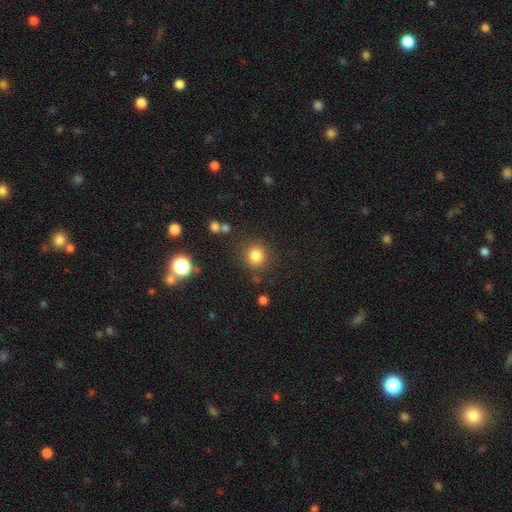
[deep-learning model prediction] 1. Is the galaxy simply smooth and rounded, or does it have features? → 81% smooth, 13% star or artifact, 5% featured or disk.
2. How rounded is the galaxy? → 89% round, 10% in between, 1% cigar-shaped.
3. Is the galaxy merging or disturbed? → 84% none, 9% minor disturbance, 4% merger, 4% major disturbance.